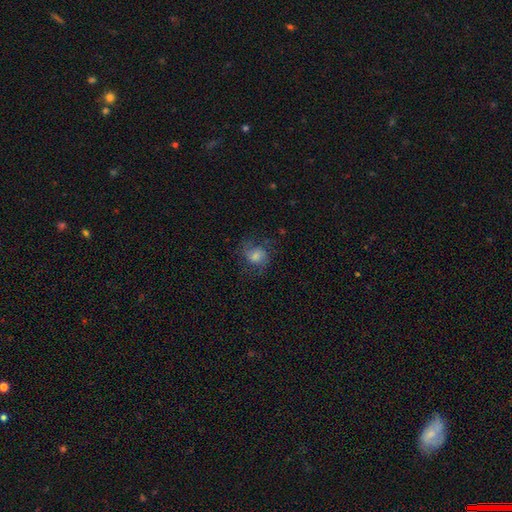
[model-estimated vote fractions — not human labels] Morphology: type=featured or disk (51%); edge-on=no (97%); merging=none (66%).